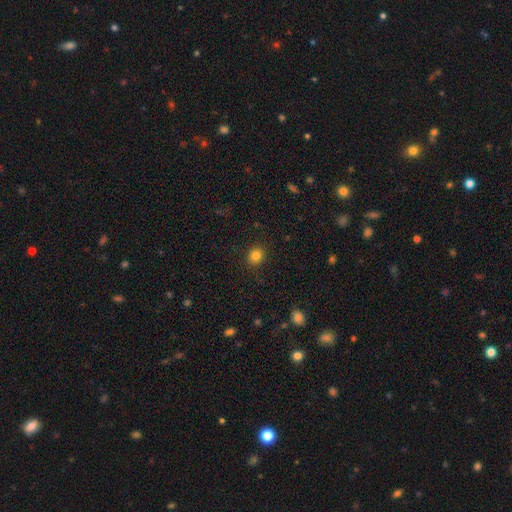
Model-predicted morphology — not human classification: Smooth or featured? smooth (83%)
How rounded? round (79%)
Merging? none (89%)